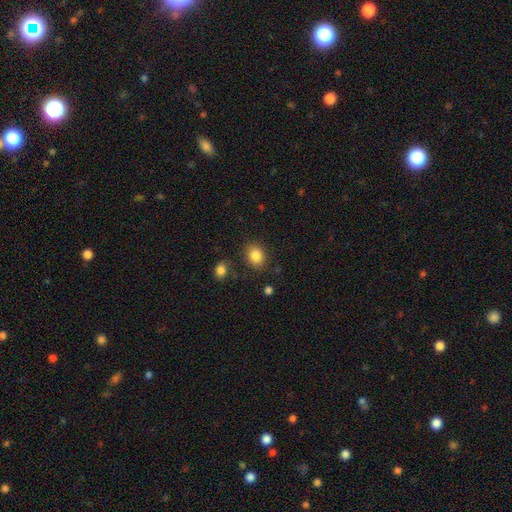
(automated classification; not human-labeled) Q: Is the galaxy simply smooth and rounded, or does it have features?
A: smooth — 85%.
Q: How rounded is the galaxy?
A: round — 54%.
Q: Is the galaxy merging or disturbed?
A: none — 82%.